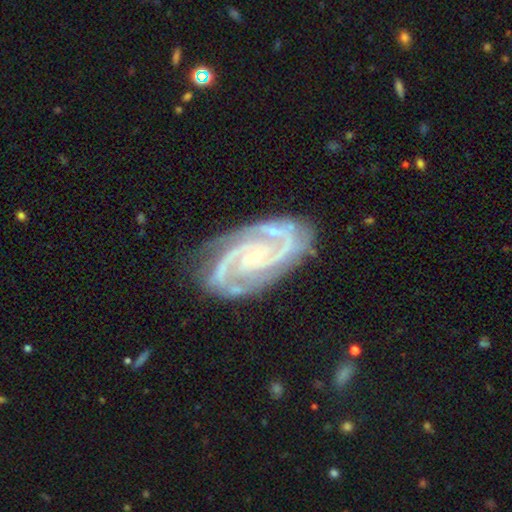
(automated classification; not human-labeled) The model was most divided on "spiral winding": tight: 53%, medium: 42%, loose: 5%. More confident: spiral arms — yes (99%); edge-on disk — no (97%); smooth or featured — featured or disk (93%); bulge size — small (81%); merging — none (77%); spiral arm count — 2 (59%); bar — no (55%).